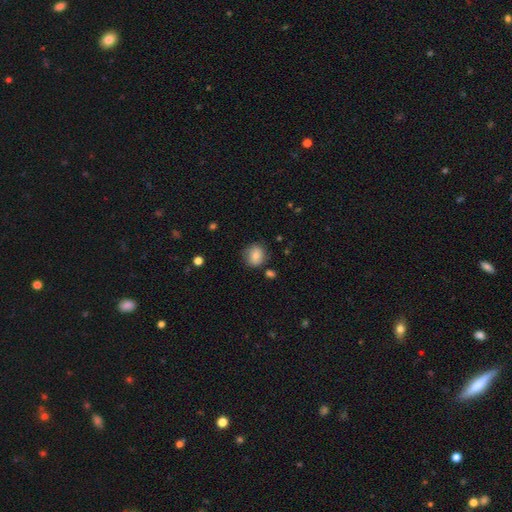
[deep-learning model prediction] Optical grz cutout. It shows a smooth galaxy with no disk features (77%) that is round (79%). Merging: none (77%).